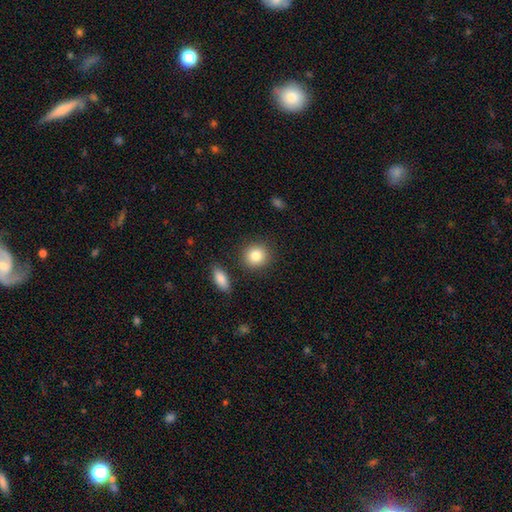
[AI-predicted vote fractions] Smooth or featured? smooth (85%)
How rounded? round (86%)
Merging? none (86%)